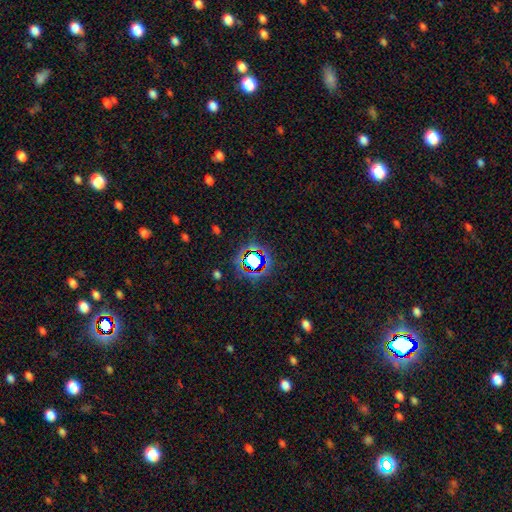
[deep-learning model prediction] This appears to be a star or artifact, not a galaxy (71%).